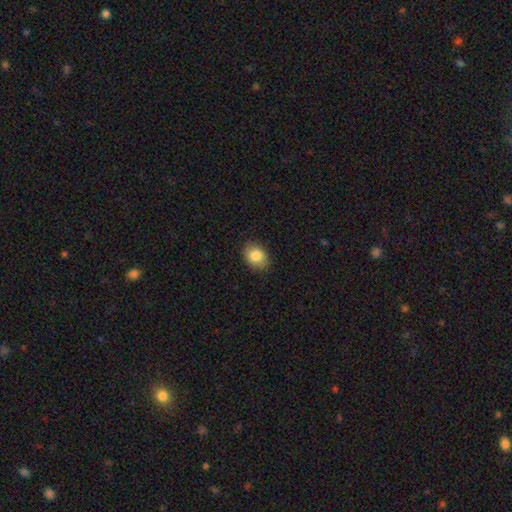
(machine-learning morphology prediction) Smooth or featured? Predicted: smooth (p=0.85). How rounded? Predicted: in between (p=0.70). Merging? Predicted: none (p=0.87).